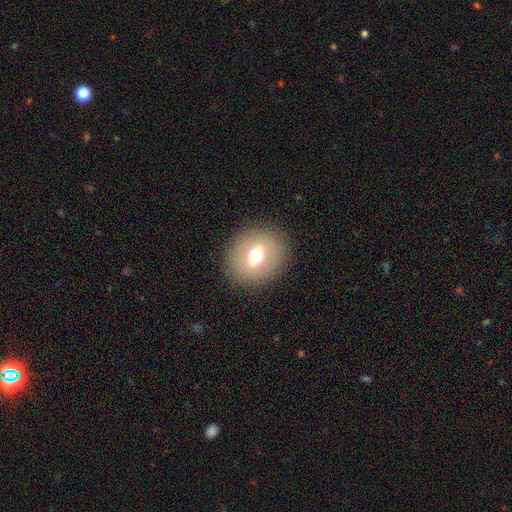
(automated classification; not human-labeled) A smooth galaxy with no disk features (62%) that is round (71%).

Vote fractions:
- Smooth or featured? smooth: 62% / featured or disk: 26% / star or artifact: 11%
- How rounded? round: 71% / in between: 28% / cigar-shaped: 1%
- Merging? none: 90% / minor disturbance: 7% / major disturbance: 3% / merger: 1%